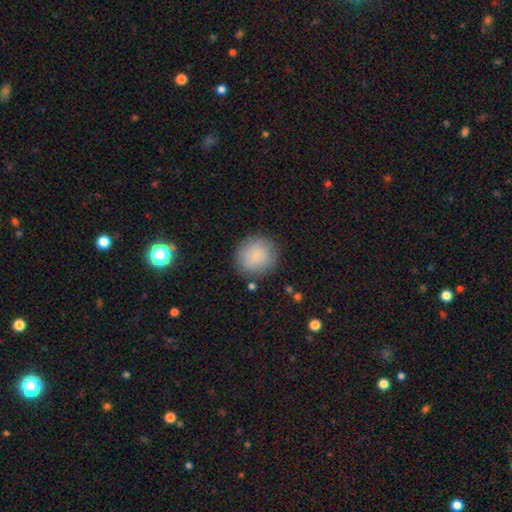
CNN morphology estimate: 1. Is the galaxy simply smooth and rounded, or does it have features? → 85% smooth, 8% featured or disk, 7% star or artifact.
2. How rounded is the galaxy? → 91% round, 8% in between, 1% cigar-shaped.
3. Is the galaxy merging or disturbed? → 83% none, 11% minor disturbance, 4% major disturbance, 2% merger.